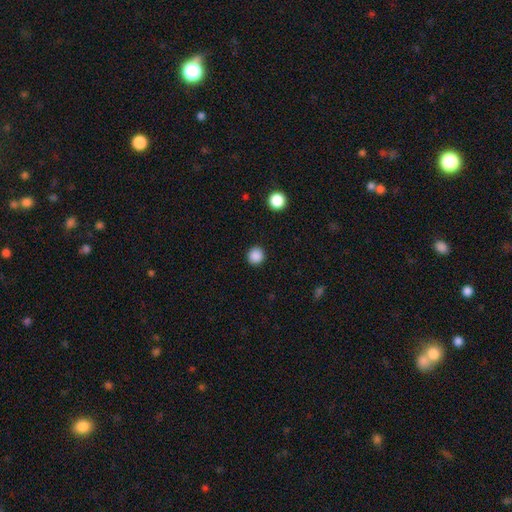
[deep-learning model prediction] Morphology: type=smooth (87%); roundness=round (93%); merging=none (92%).